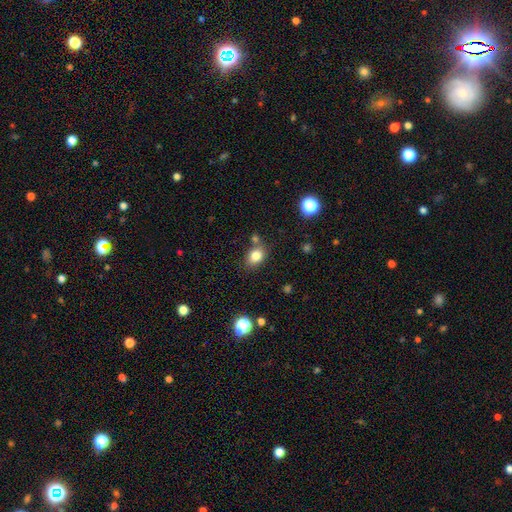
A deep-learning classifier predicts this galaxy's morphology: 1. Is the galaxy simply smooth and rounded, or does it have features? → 82% smooth, 11% star or artifact, 7% featured or disk.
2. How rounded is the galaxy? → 61% in between, 38% round, 1% cigar-shaped.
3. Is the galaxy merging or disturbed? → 70% none, 14% minor disturbance, 12% merger, 4% major disturbance.